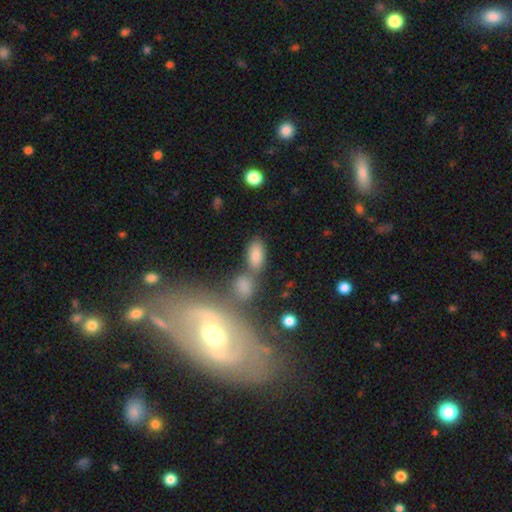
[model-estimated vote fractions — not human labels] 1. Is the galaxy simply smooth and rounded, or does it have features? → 56% smooth, 32% featured or disk, 12% star or artifact.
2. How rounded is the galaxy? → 84% in between, 9% round, 8% cigar-shaped.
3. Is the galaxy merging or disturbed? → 56% none, 19% merger, 17% minor disturbance, 8% major disturbance.